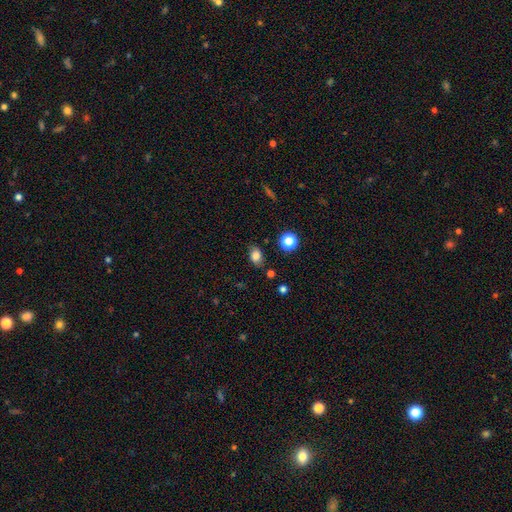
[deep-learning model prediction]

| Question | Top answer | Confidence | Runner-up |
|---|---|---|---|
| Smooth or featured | smooth | 80% | star or artifact (12%) |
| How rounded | in between | 72% | round (26%) |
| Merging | none | 77% | minor disturbance (16%) |